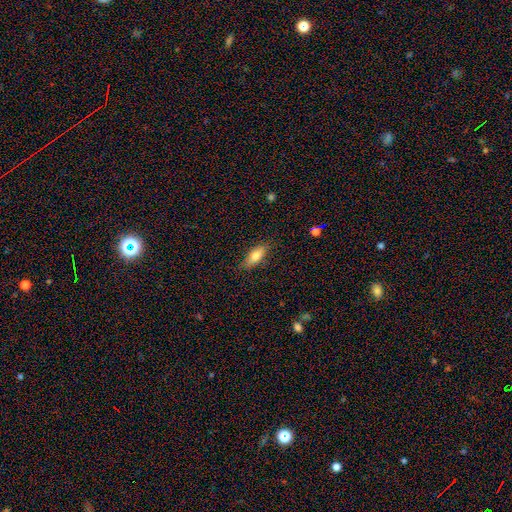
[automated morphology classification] Overall: smooth (71%). How rounded: in between (66%; cigar-shaped 31%). Merging: none (83%).